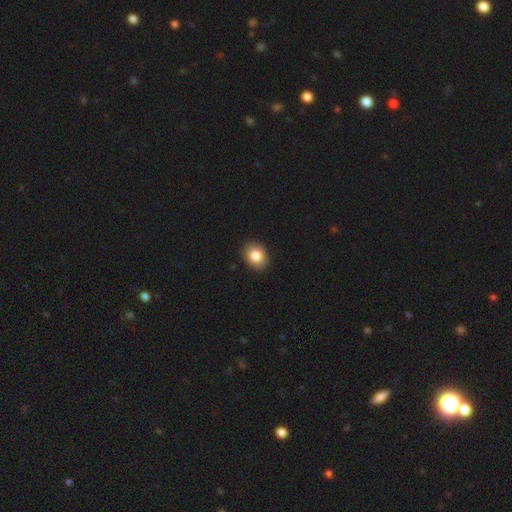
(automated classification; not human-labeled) Morphology: type=smooth (84%); roundness=round (51%); merging=none (89%).